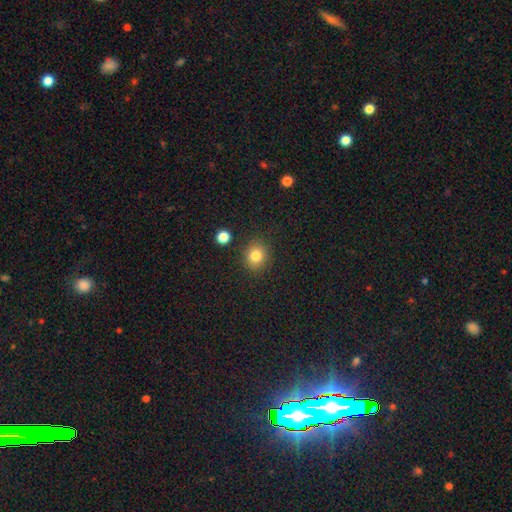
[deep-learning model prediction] smooth 82%, star or artifact 12%, featured or disk 6%. Down the decision tree: how rounded — round (77%); merging — none (87%).